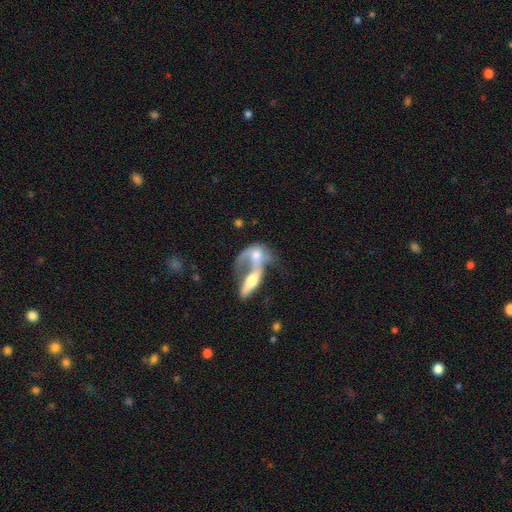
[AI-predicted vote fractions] Smooth or featured: featured or disk — 48% (smooth — 45%)
Merging: merger — 76% (major disturbance — 12%)